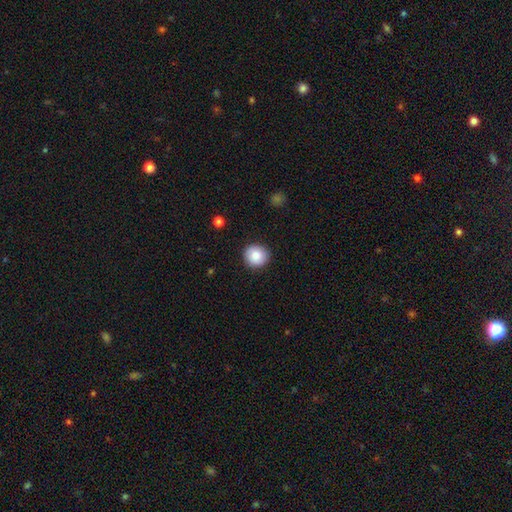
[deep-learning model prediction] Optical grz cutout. It shows a smooth galaxy with no disk features (83%) that is round (91%). Merging: none (90%).